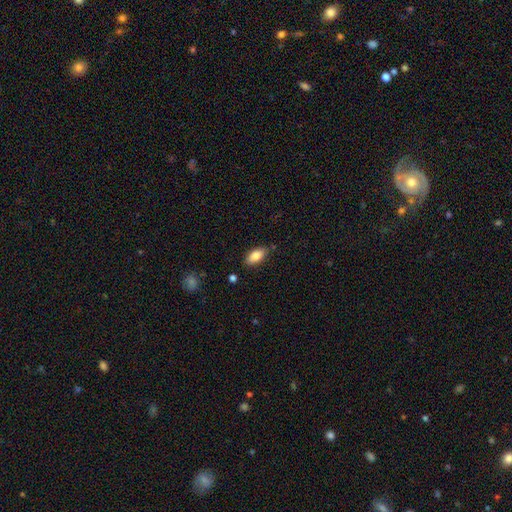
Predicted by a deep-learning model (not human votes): The model was most divided on "merging": none: 82%, minor disturbance: 14%, major disturbance: 3%, merger: 2%. More confident: how rounded — in between (89%); smooth or featured — smooth (83%).